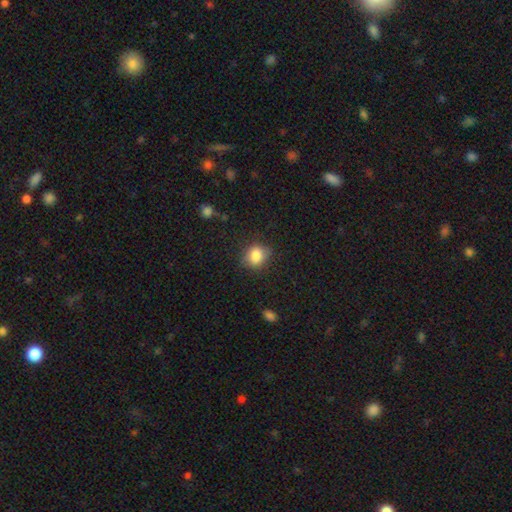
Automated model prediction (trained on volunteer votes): smooth_or_featured: smooth (p=0.84) [alt: star or artifact p=0.10]
how_rounded: round (p=0.61) [alt: in between p=0.38]
merging: none (p=0.78) [alt: minor disturbance p=0.17]